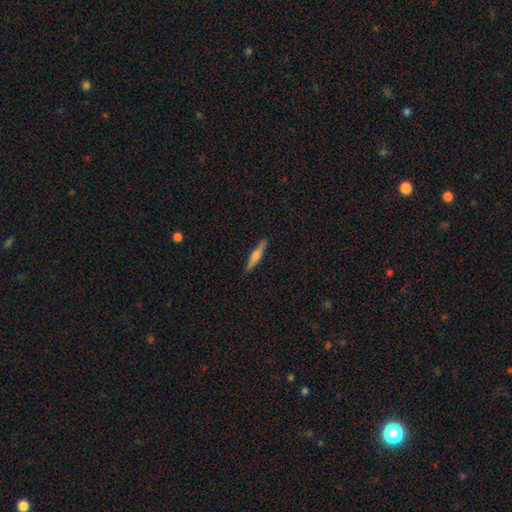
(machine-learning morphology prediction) Overall: featured or disk (52%; smooth 42%). Edge-on disk: yes (97%). Edge-on bulge: rounded (78%). Merging: none (90%).